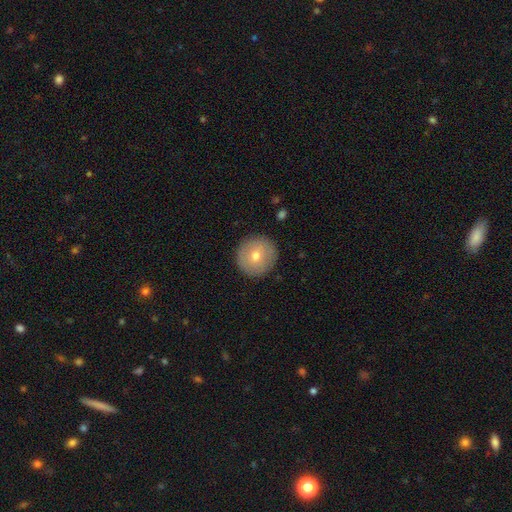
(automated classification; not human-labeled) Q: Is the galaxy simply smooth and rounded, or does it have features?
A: smooth — 68%.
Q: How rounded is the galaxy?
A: round — 95%.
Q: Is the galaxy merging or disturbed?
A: none — 91%.